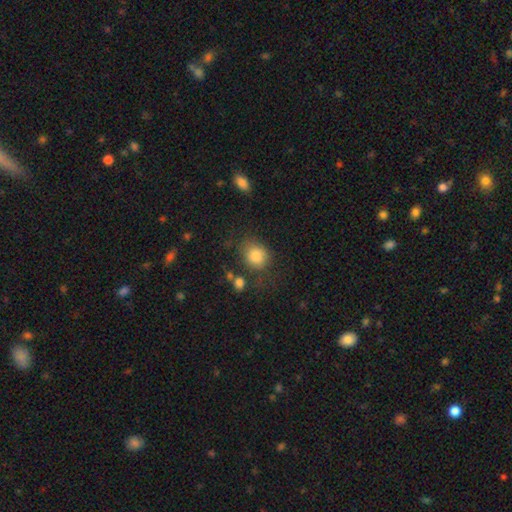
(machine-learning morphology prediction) The model was most divided on "how rounded": round: 68%, in between: 31%, cigar-shaped: 1%. More confident: smooth or featured — smooth (85%); merging — none (66%).